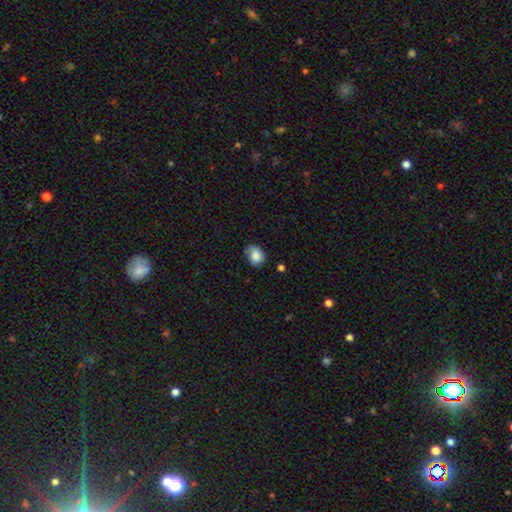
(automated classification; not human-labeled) Morphology: type=smooth (83%); roundness=in between (59%); merging=none (60%).